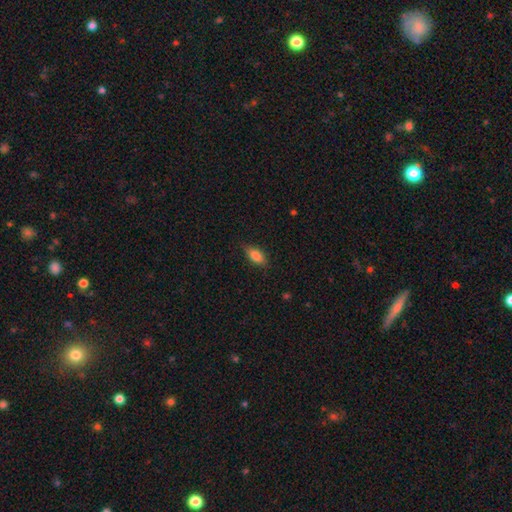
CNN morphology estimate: This appears to be a smooth galaxy with no disk features (81%) that is in between round and cigar-shaped (85%). Merging: none (79%).